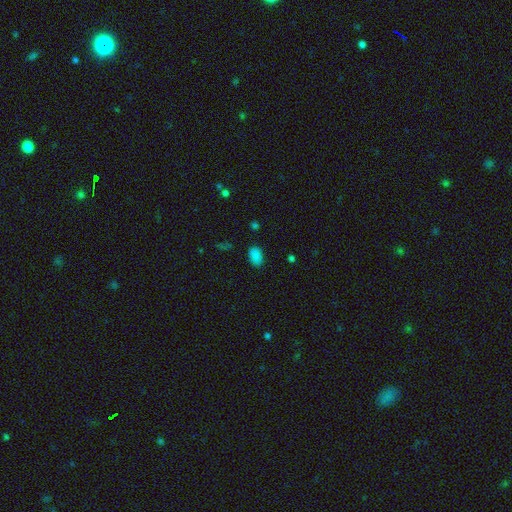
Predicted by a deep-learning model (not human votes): Q: Smooth or featured?
A: smooth (84%); runner-up: star or artifact (12%)
Q: How rounded?
A: in between (89%); runner-up: round (9%)
Q: Merging?
A: none (84%); runner-up: minor disturbance (12%)